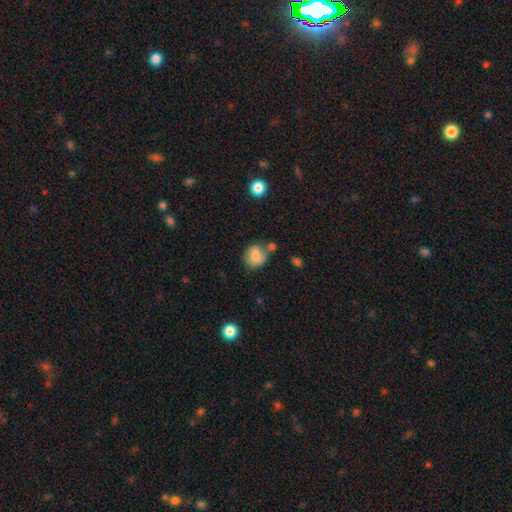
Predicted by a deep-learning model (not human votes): Overall: smooth (65%; featured or disk 26%). How rounded: round (64%; in between 35%). Merging: none (55%; minor disturbance 23%).